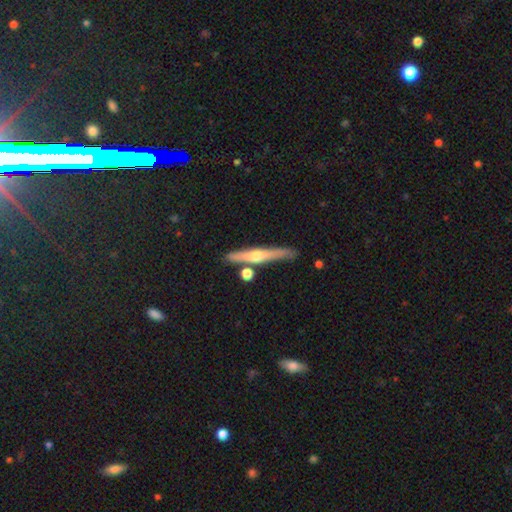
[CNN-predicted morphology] Smooth or featured?
  - featured or disk: 60% *
  - smooth: 33%
  - star or artifact: 7%
Edge-on disk?
  - yes: 95% *
  - no: 5%
Edge-on bulge?
  - rounded: 85% *
  - none: 11%
  - boxy: 4%
Merging?
  - none: 79% *
  - minor disturbance: 11%
  - merger: 7%
  - major disturbance: 3%